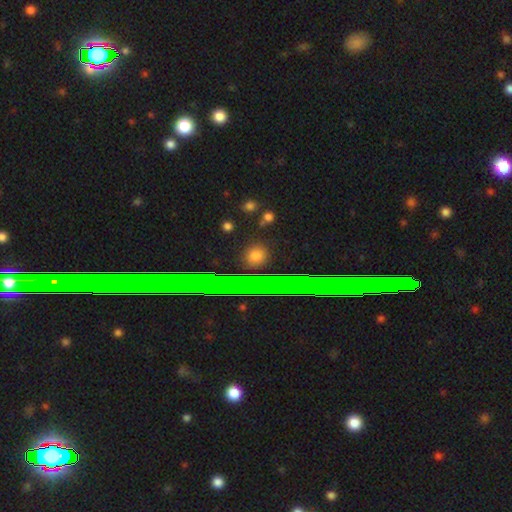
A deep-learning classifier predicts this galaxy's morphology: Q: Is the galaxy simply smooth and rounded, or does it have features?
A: smooth — 60%.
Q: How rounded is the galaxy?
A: round — 84%.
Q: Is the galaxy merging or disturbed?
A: none — 90%.